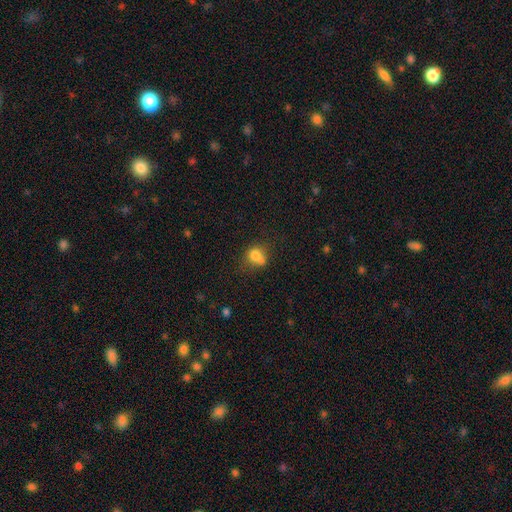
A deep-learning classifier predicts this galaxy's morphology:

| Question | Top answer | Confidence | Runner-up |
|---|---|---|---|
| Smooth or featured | smooth | 75% | featured or disk (14%) |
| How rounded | round | 65% | in between (34%) |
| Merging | none | 38% | merger (37%) |